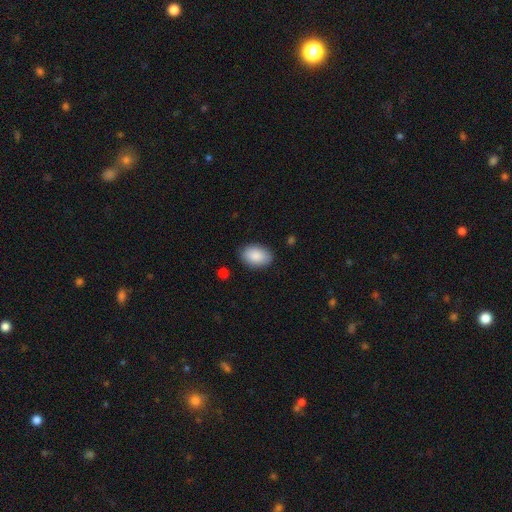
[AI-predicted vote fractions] smooth 89%, star or artifact 6%, featured or disk 5%. Down the decision tree: how rounded — in between (89%); merging — none (86%).